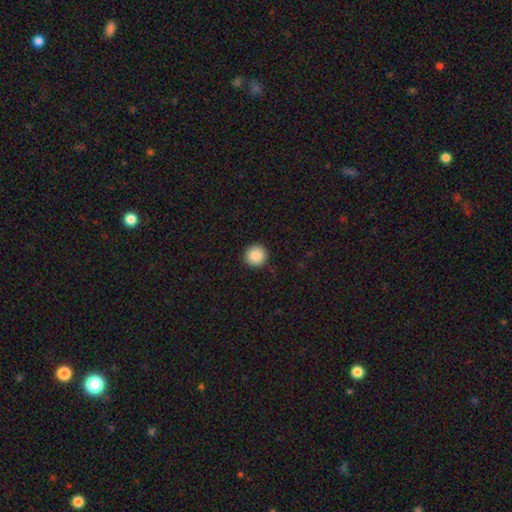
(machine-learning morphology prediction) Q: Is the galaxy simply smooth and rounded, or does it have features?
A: smooth — 88%.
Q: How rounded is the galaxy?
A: round — 96%.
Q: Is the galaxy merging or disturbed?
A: none — 93%.